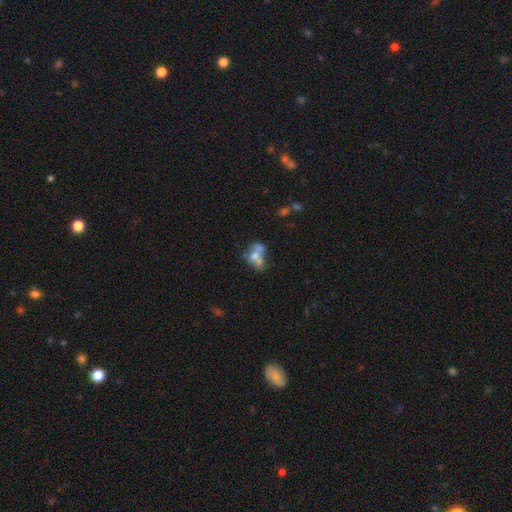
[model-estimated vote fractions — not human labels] The model was most divided on "smooth or featured": smooth: 48%, featured or disk: 39%, star or artifact: 13%. More confident: merging — merger (58%).